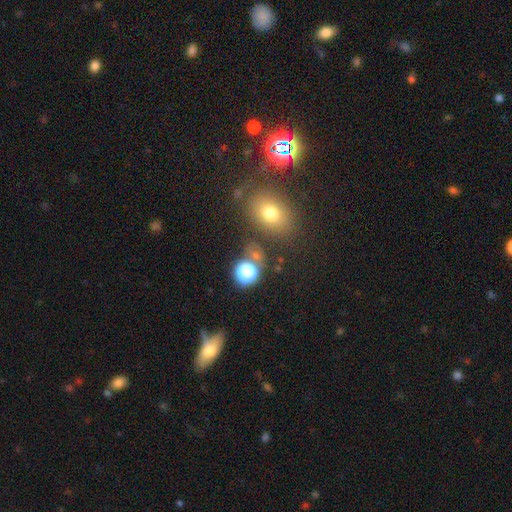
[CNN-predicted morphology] This is possibly a smooth galaxy (52%). How rounded: possibly round (59%). Merging: likely none (71%).